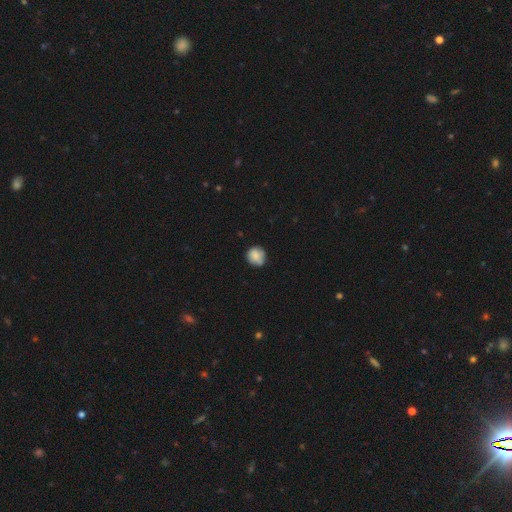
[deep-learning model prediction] A smooth galaxy with no disk features (76%) that is round (86%). Merging: none (66%).